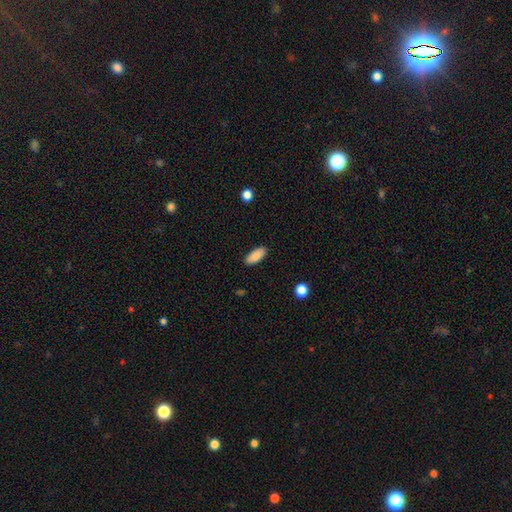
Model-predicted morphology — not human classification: type=smooth (89%); roundness=in between (84%); merging=none (88%).